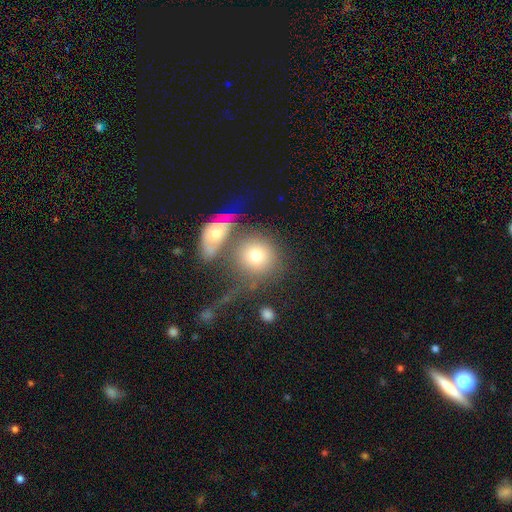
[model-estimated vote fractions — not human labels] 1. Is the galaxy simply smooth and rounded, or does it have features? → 68% smooth, 21% featured or disk, 11% star or artifact.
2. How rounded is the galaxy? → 81% round, 17% in between, 2% cigar-shaped.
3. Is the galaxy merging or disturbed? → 41% none, 37% merger, 11% minor disturbance, 11% major disturbance.